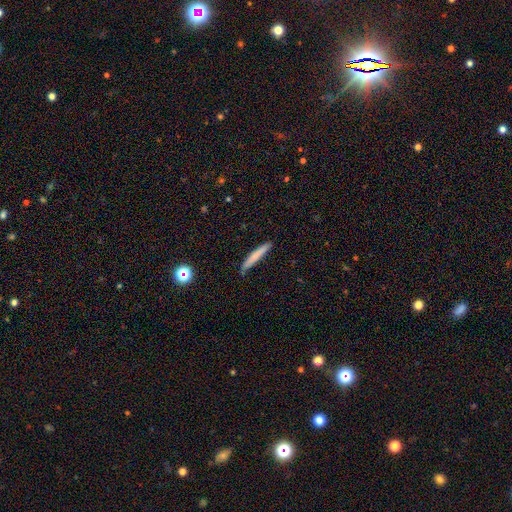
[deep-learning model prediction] Smooth or featured? Predicted: smooth (p=0.73). How rounded? Predicted: cigar-shaped (p=0.95). Merging? Predicted: none (p=0.85).